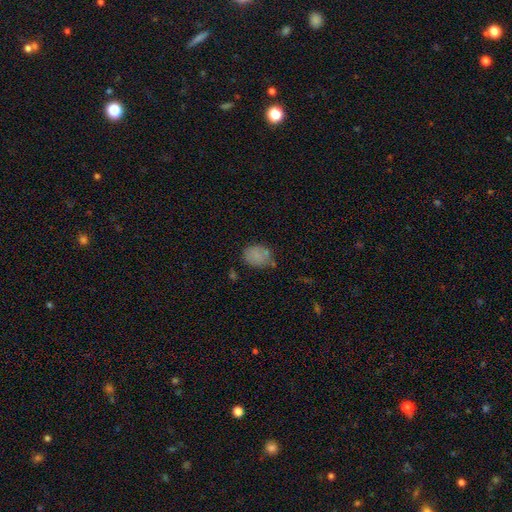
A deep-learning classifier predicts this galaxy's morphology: This is clearly a smooth galaxy (81%). How rounded: likely in between (64%). Merging: likely none (66%).